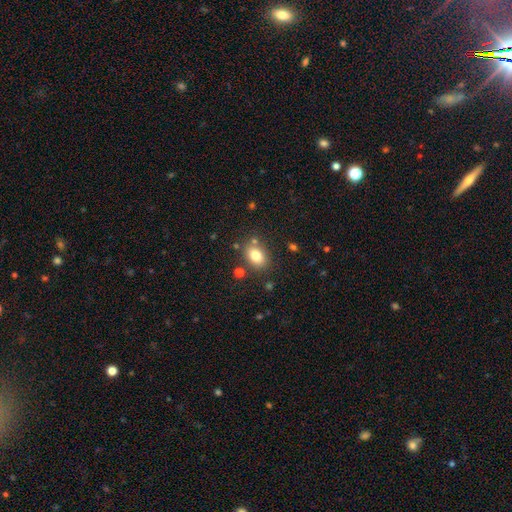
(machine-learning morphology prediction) Smooth or featured? Predicted: smooth (p=0.81). How rounded? Predicted: in between (p=0.77). Merging? Predicted: none (p=0.77).